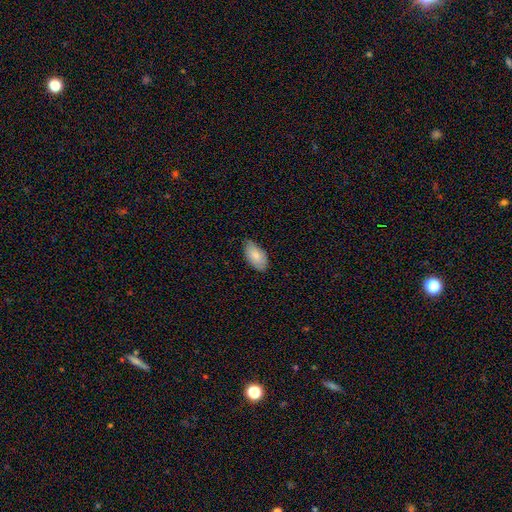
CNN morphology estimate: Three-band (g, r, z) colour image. It shows a smooth galaxy with no disk features (82%) that is in between round and cigar-shaped (95%). Merging: none (75%).